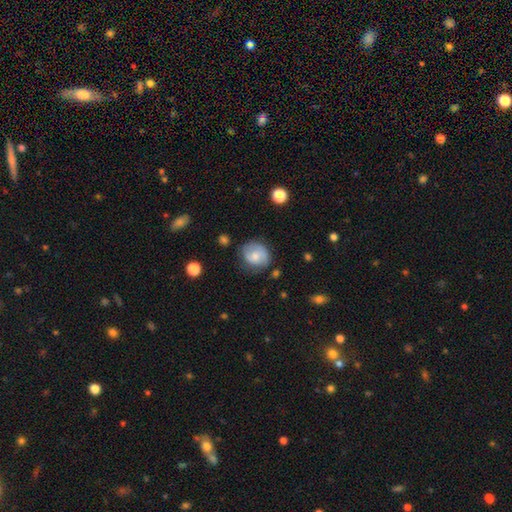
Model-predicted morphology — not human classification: Smooth or featured? smooth (54%)
How rounded? round (71%)
Merging? none (65%)